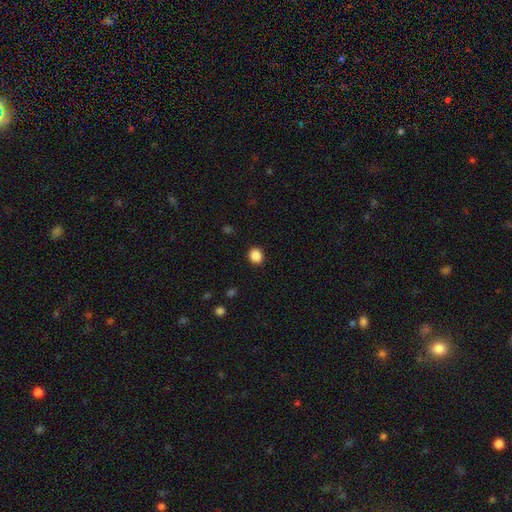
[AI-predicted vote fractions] Smooth or featured?
  - smooth: 87% *
  - star or artifact: 10%
  - featured or disk: 3%
How rounded?
  - round: 78% *
  - in between: 21%
  - cigar-shaped: 1%
Merging?
  - none: 91% *
  - minor disturbance: 6%
  - major disturbance: 2%
  - merger: 1%